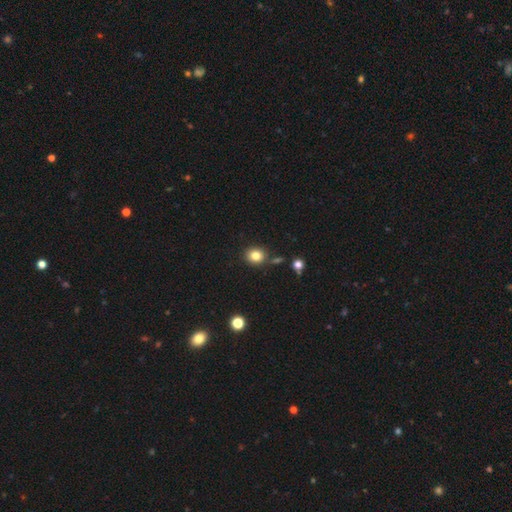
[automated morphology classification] A smooth galaxy with no disk features (82%) that is round (75%). Merging: none (82%).